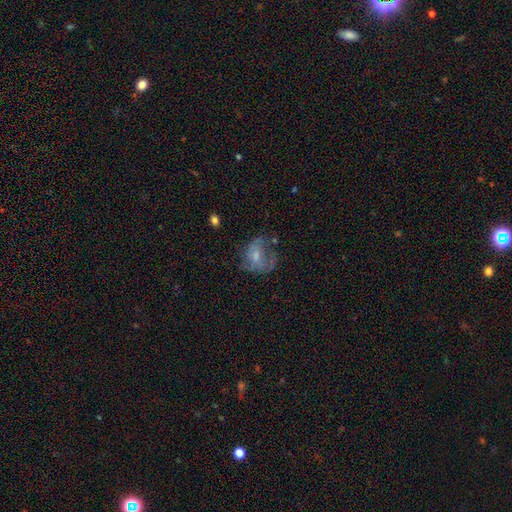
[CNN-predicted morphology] Smooth or featured? Predicted: featured or disk (p=0.47). Merging? Predicted: major disturbance (p=0.37).